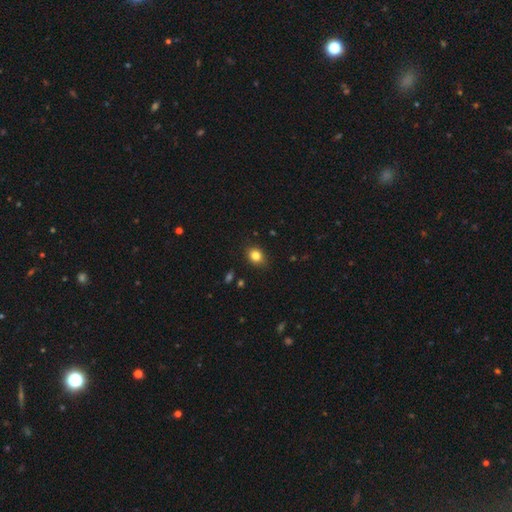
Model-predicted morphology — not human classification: smooth_or_featured: smooth (p=0.83) [alt: star or artifact p=0.11]
how_rounded: in between (p=0.50) [alt: round p=0.49]
merging: none (p=0.88) [alt: minor disturbance p=0.09]